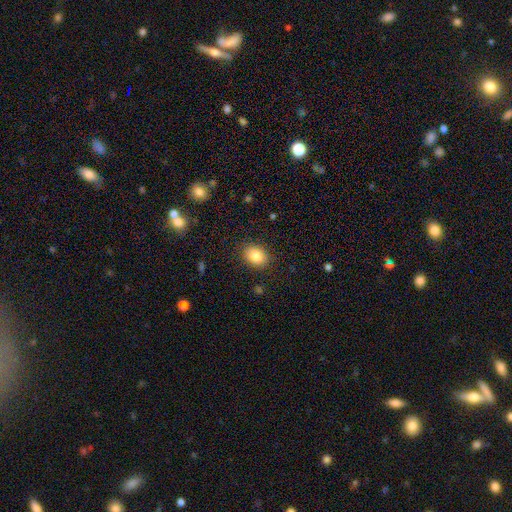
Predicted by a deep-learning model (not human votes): Smooth or featured?
  - smooth: 85% *
  - star or artifact: 9%
  - featured or disk: 7%
How rounded?
  - in between: 61% *
  - round: 38%
  - cigar-shaped: 1%
Merging?
  - none: 87% *
  - minor disturbance: 9%
  - major disturbance: 3%
  - merger: 1%